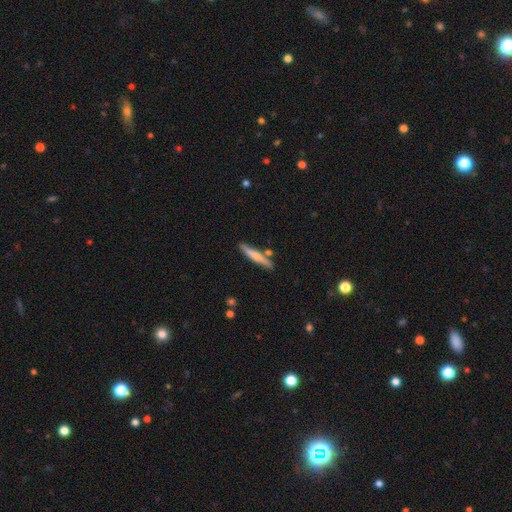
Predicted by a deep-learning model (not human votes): A smooth galaxy with no disk features (64%) that is cigar-shaped (93%).

Vote fractions:
- Smooth or featured? smooth: 64% / featured or disk: 31% / star or artifact: 6%
- How rounded? cigar-shaped: 93% / in between: 5% / round: 1%
- Merging? none: 78% / minor disturbance: 12% / merger: 7% / major disturbance: 2%